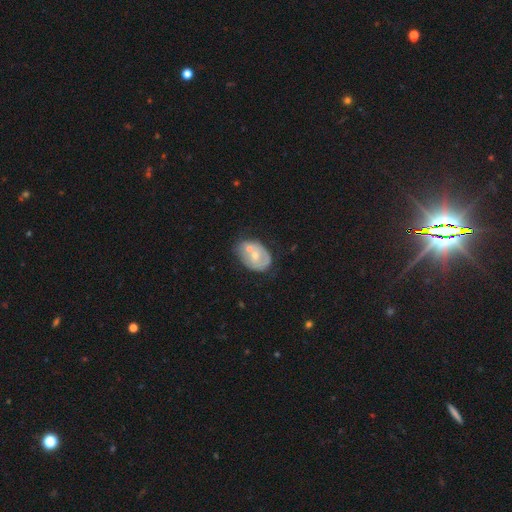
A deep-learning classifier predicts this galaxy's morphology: Smooth or featured: smooth — 49% (featured or disk — 44%)
Merging: merger — 42% (none — 31%)